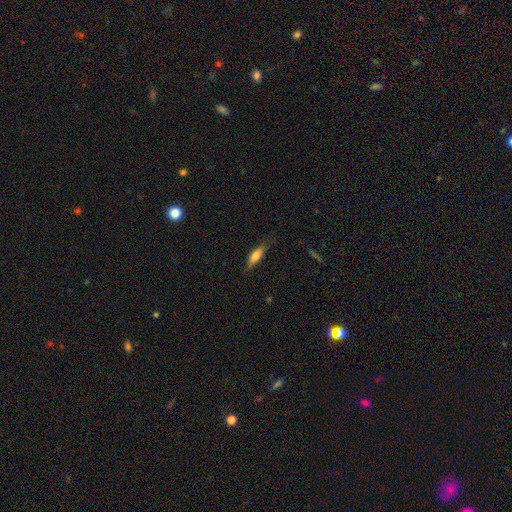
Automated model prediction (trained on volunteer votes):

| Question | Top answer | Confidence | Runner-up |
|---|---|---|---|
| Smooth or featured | smooth | 67% | featured or disk (26%) |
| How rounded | cigar-shaped | 52% | in between (46%) |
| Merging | none | 76% | minor disturbance (18%) |